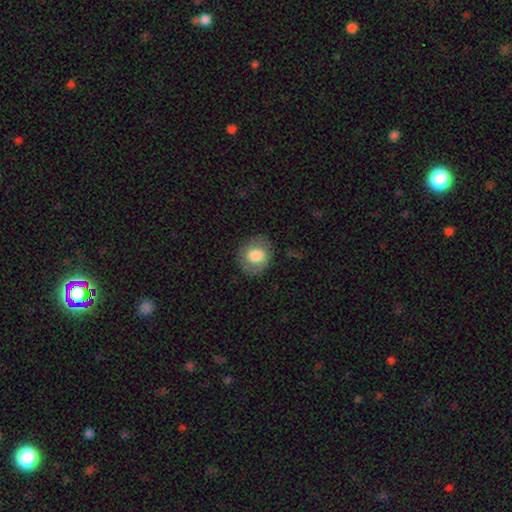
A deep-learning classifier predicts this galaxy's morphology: Smooth or featured? Predicted: smooth (p=0.74). How rounded? Predicted: round (p=0.75). Merging? Predicted: none (p=0.83).